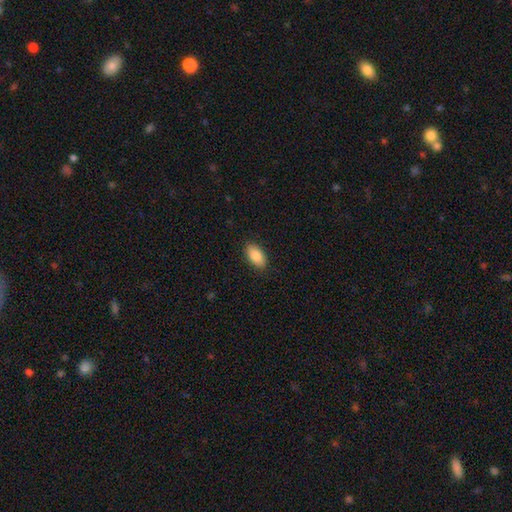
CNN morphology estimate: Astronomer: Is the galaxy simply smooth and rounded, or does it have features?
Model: smooth — 88%.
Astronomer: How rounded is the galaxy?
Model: in between — 93%.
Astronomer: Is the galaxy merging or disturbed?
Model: none — 88%.